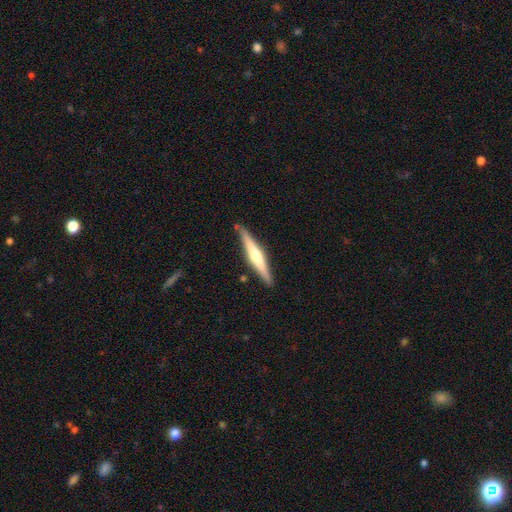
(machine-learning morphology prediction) featured or disk 62%, smooth 33%, star or artifact 5%. Down the decision tree: edge-on disk — yes (97%); edge-on bulge — rounded (74%); merging — none (86%).